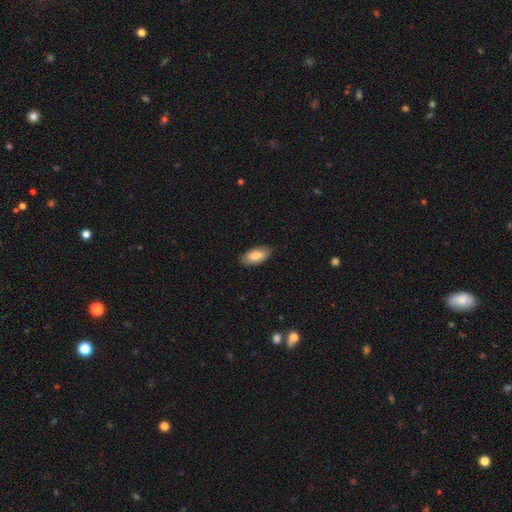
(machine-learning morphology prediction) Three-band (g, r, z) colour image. It shows a smooth galaxy with no disk features (82%) that is in between round and cigar-shaped (92%). Merging: none (84%).